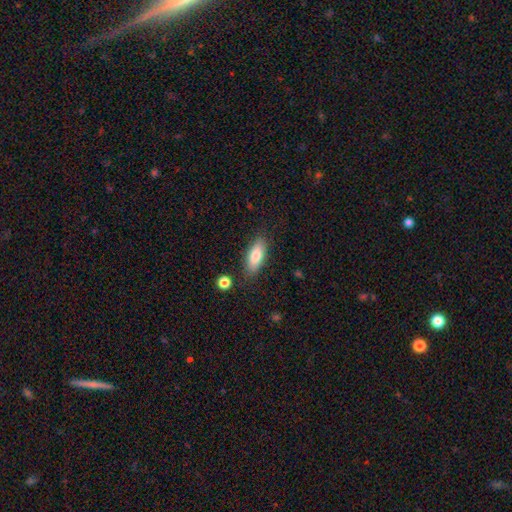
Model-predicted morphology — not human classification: smooth_or_featured: smooth (p=0.80) [alt: featured or disk p=0.14]
how_rounded: in between (p=0.77) [alt: cigar-shaped p=0.21]
merging: none (p=0.82) [alt: minor disturbance p=0.12]